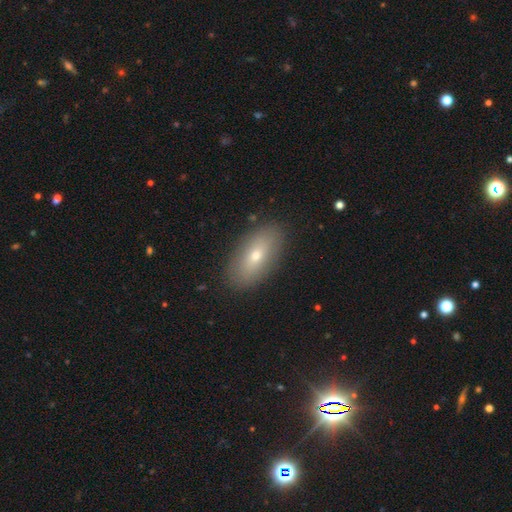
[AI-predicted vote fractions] The model was most divided on "smooth or featured": smooth: 65%, featured or disk: 25%, star or artifact: 9%. More confident: how rounded — in between (88%); merging — none (87%).